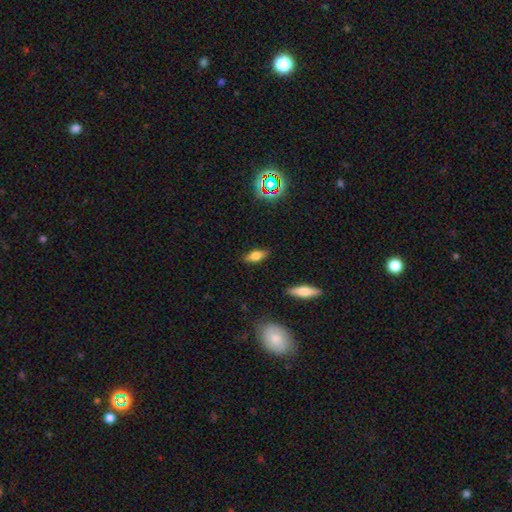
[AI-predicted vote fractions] Smooth or featured? Predicted: smooth (p=0.67). How rounded? Predicted: in between (p=0.74). Merging? Predicted: none (p=0.85).